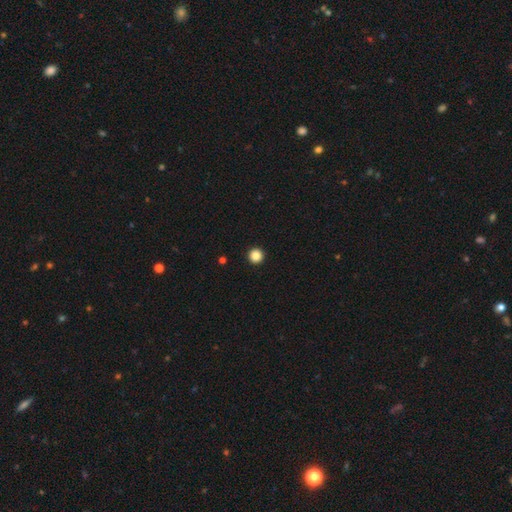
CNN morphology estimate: A smooth galaxy with no disk features (86%) that is round (97%).

Vote fractions:
- Smooth or featured? smooth: 86% / star or artifact: 11% / featured or disk: 3%
- How rounded? round: 97% / in between: 2% / cigar-shaped: 1%
- Merging? none: 94% / minor disturbance: 3% / major disturbance: 1% / merger: 1%